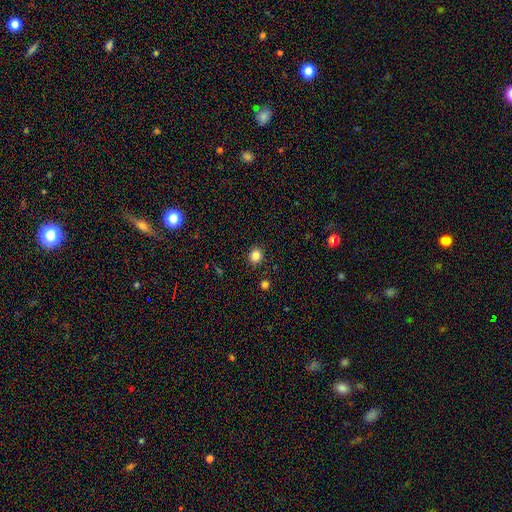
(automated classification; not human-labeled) Smooth or featured? smooth (83%)
How rounded? round (79%)
Merging? none (91%)